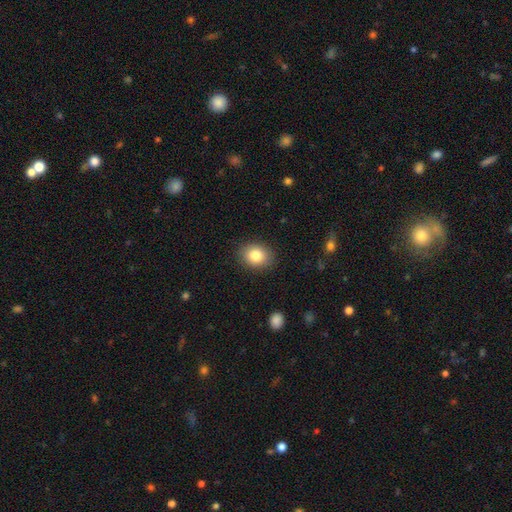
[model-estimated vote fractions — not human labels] smooth 83%, star or artifact 9%, featured or disk 8%. Down the decision tree: how rounded — round (54%); merging — none (88%).